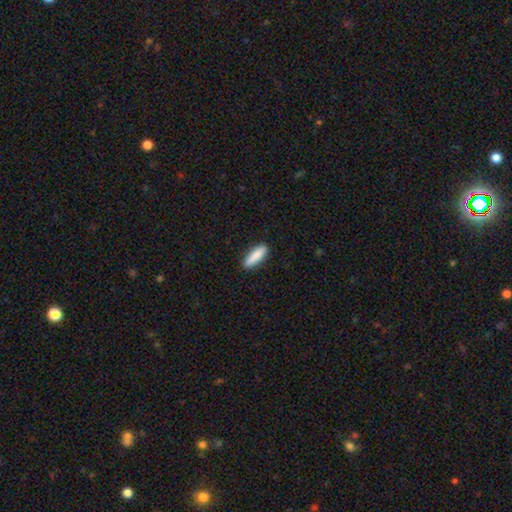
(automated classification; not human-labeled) This is clearly a smooth galaxy (86%). How rounded: likely cigar-shaped (63%). Merging: clearly none (89%).